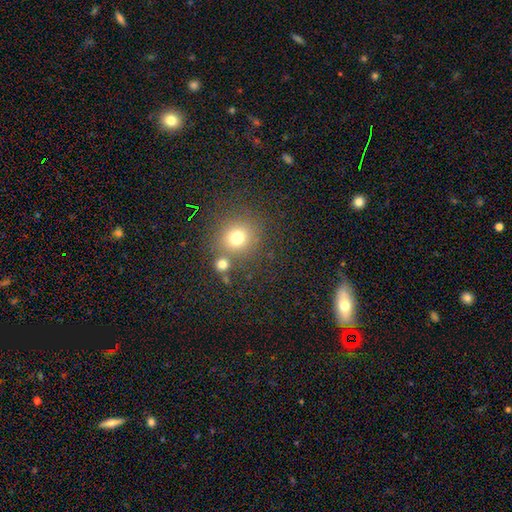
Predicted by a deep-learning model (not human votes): smooth_or_featured: smooth (p=0.55) [alt: star or artifact p=0.33]
how_rounded: round (p=0.87) [alt: in between p=0.11]
merging: none (p=0.78) [alt: merger p=0.10]